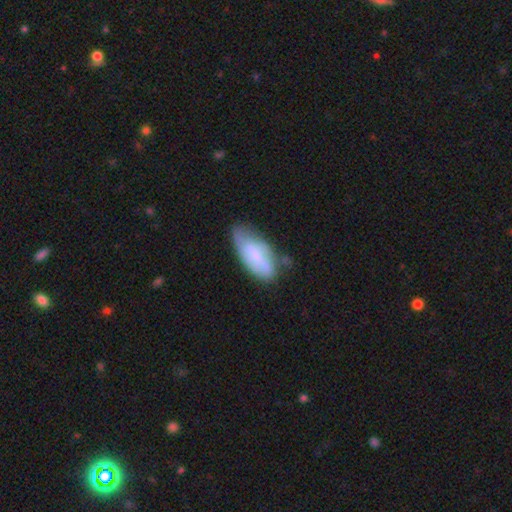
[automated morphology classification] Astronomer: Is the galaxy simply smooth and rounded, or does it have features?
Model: smooth — 61%.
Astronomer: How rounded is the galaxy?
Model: in between — 84%.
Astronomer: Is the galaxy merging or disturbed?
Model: none — 50% (runner-up: minor disturbance, 35%).